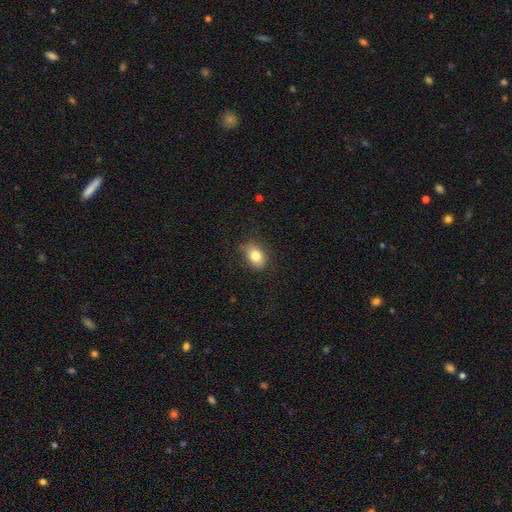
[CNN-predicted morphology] Q: Smooth or featured?
A: smooth (80%); runner-up: featured or disk (10%)
Q: How rounded?
A: in between (76%); runner-up: round (22%)
Q: Merging?
A: none (74%); runner-up: minor disturbance (20%)